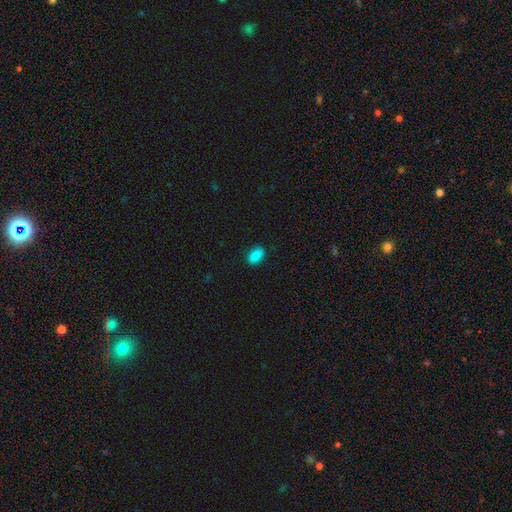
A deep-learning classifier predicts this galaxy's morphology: Smooth or featured?
  - smooth: 88% *
  - star or artifact: 9%
  - featured or disk: 3%
How rounded?
  - in between: 89% *
  - round: 10%
  - cigar-shaped: 2%
Merging?
  - none: 87% *
  - minor disturbance: 9%
  - major disturbance: 2%
  - merger: 1%